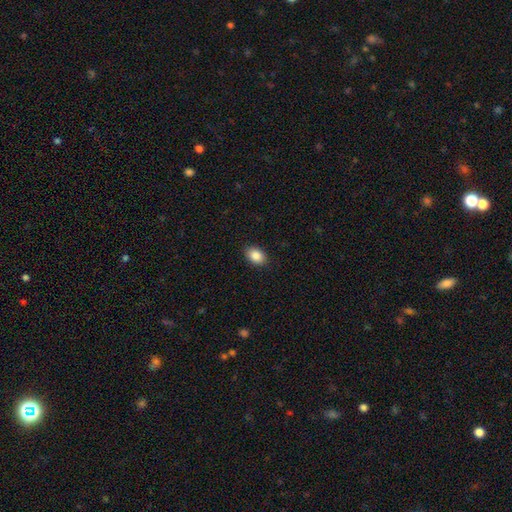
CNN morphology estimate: Overall: smooth (88%). How rounded: in between (81%). Merging: none (89%).